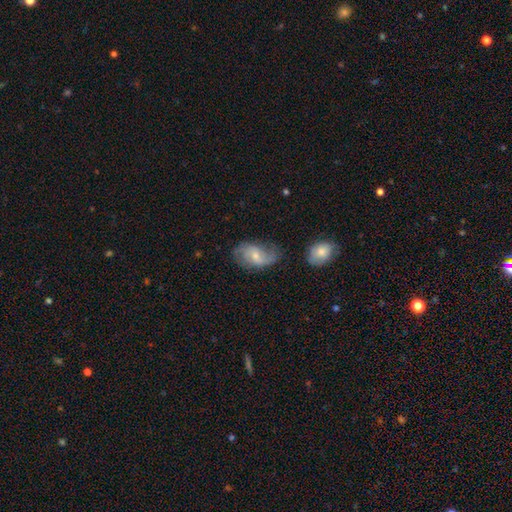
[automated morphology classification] smooth-or-featured: featured or disk: 60% | smooth: 32% | star or artifact: 7%
  disk-edge-on: no: 96% | yes: 4%
    bar: weak: 48% | no: 42% | strong: 10%
    has-spiral-arms: yes: 86% | no: 14%
    bulge-size: small: 54% | moderate: 38% | none: 5% | large: 2% | dominant: 1%
  merging: none: 56% | minor disturbance: 27% | major disturbance: 14% | merger: 4%